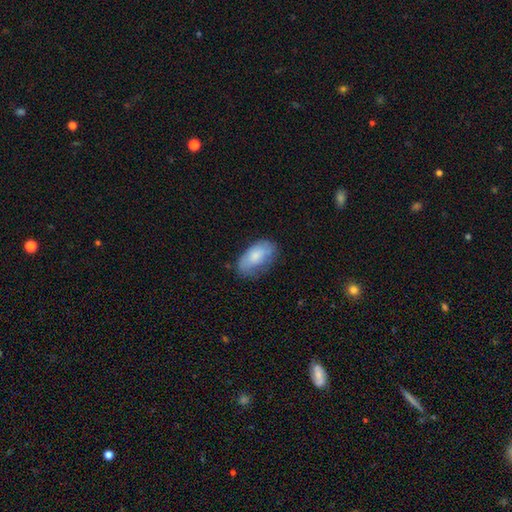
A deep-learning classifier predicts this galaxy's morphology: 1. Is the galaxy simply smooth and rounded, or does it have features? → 76% smooth, 18% featured or disk, 6% star or artifact.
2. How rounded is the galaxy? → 94% in between, 4% round, 3% cigar-shaped.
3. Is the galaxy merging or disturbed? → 62% none, 28% minor disturbance, 9% major disturbance, 2% merger.